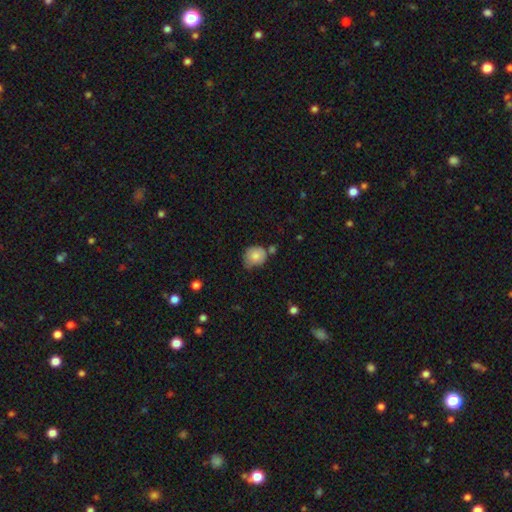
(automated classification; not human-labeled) A smooth galaxy with no disk features (82%) that is round (70%).

Vote fractions:
- Smooth or featured? smooth: 82% / featured or disk: 10% / star or artifact: 8%
- How rounded? round: 70% / in between: 29% / cigar-shaped: 1%
- Merging? none: 50% / minor disturbance: 33% / merger: 10% / major disturbance: 7%